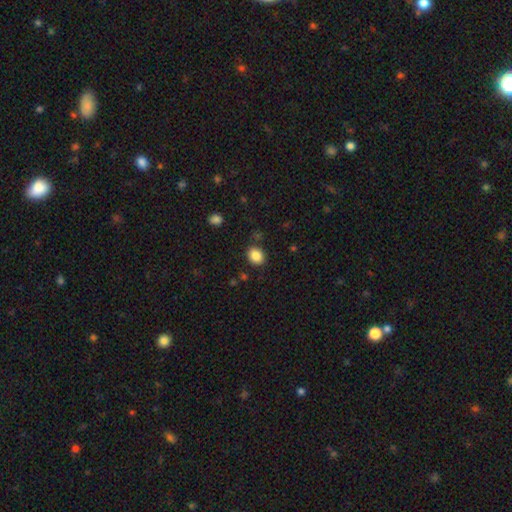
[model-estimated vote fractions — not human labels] Smooth or featured: smooth — 86% (star or artifact — 9%)
How rounded: round — 53% (in between — 47%)
Merging: none — 83% (minor disturbance — 11%)